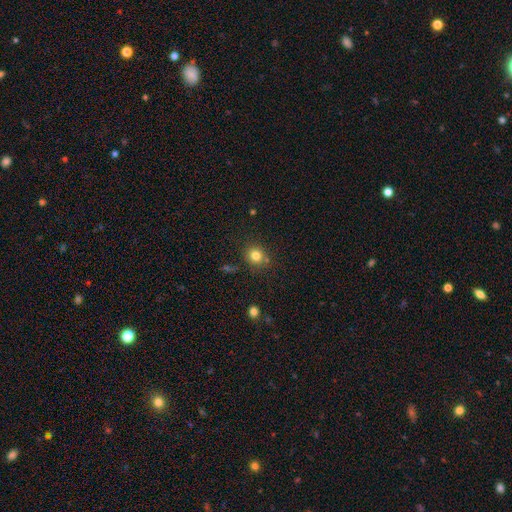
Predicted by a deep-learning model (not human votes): smooth_or_featured: smooth (p=0.80) [alt: star or artifact p=0.13]
how_rounded: round (p=0.84) [alt: in between p=0.15]
merging: none (p=0.78) [alt: minor disturbance p=0.11]